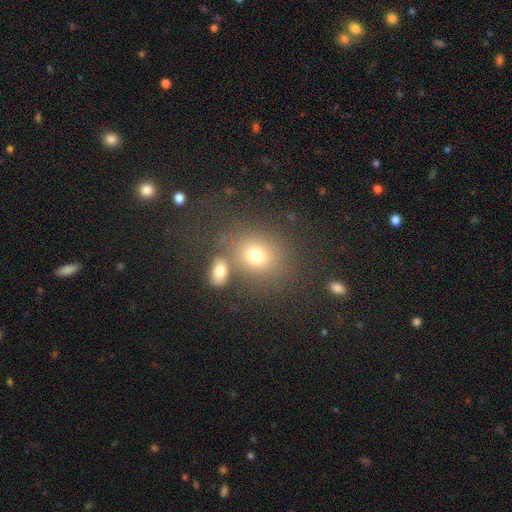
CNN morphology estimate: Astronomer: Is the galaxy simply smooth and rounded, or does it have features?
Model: smooth — 73%.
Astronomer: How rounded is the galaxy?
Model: round — 61% (runner-up: in between, 37%).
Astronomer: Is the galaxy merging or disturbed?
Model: none — 62%.